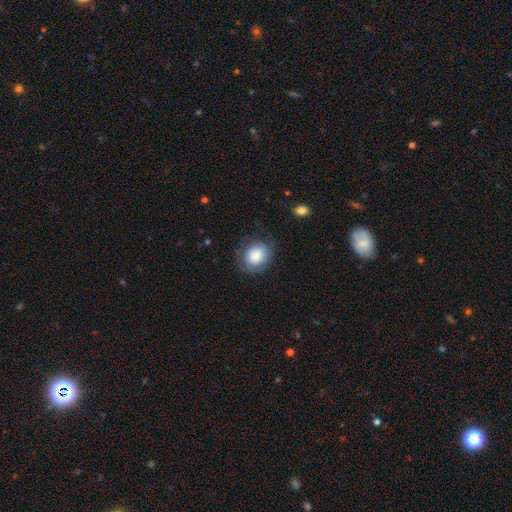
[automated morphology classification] Q: Smooth or featured?
A: smooth (81%); runner-up: featured or disk (11%)
Q: How rounded?
A: round (63%); runner-up: in between (36%)
Q: Merging?
A: none (74%); runner-up: minor disturbance (17%)